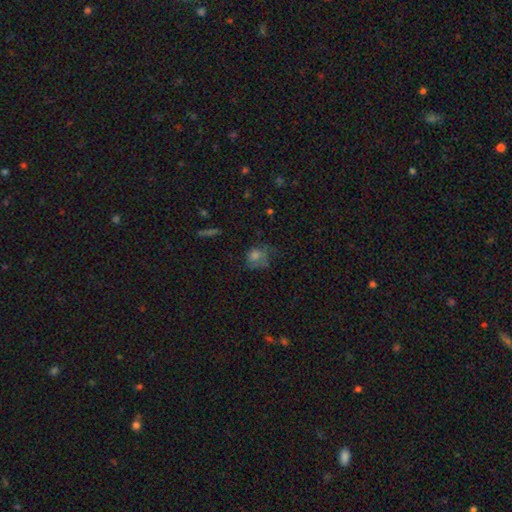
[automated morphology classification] smooth_or_featured: smooth (p=0.54) [alt: featured or disk p=0.25]
how_rounded: round (p=0.62) [alt: in between p=0.36]
merging: none (p=0.45) [alt: major disturbance p=0.27]